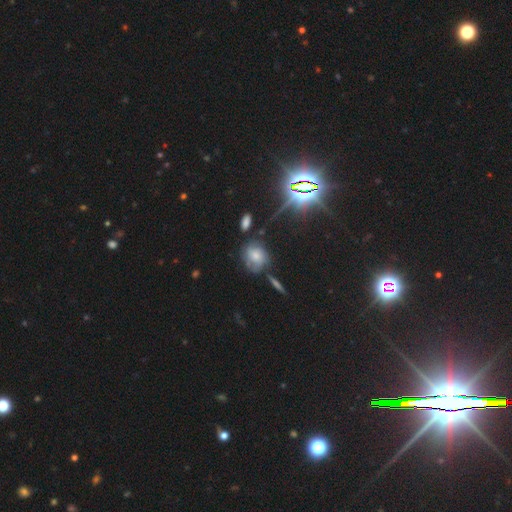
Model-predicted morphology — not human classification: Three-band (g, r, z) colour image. It shows a smooth galaxy with no disk features (54%) that is round (57%). Merging: none (56%).